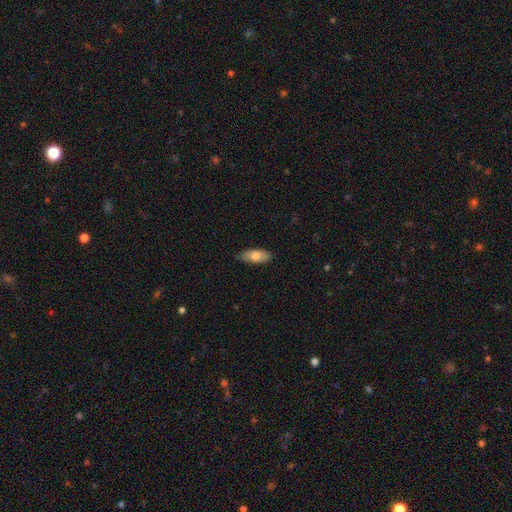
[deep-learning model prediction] smooth 76%, featured or disk 17%, star or artifact 6%. Down the decision tree: how rounded — in between (82%); merging — none (78%).